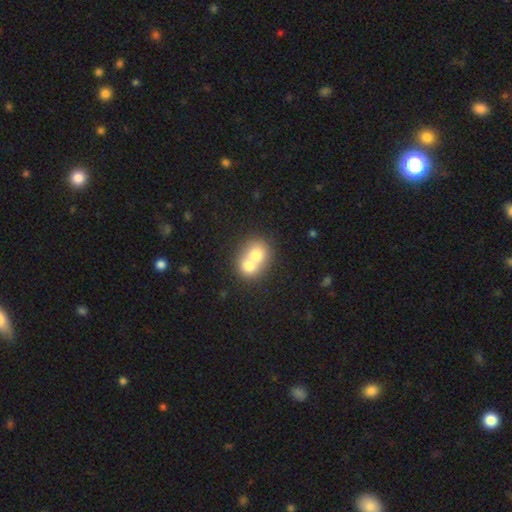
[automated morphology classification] Smooth or featured? smooth (71%)
How rounded? round (64%)
Merging? merger (73%)